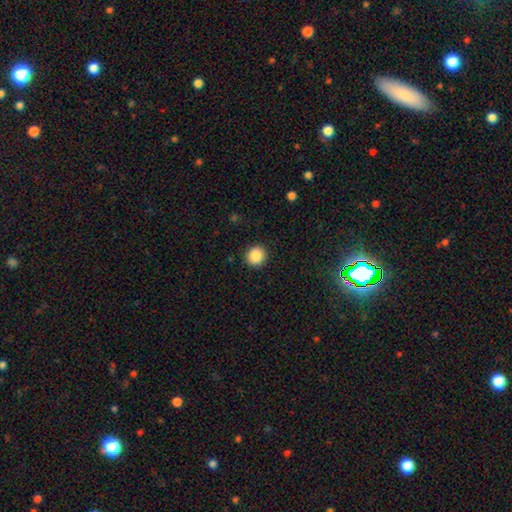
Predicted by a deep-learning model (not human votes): This is clearly a smooth galaxy (88%). How rounded: clearly round (90%). Merging: clearly none (92%).